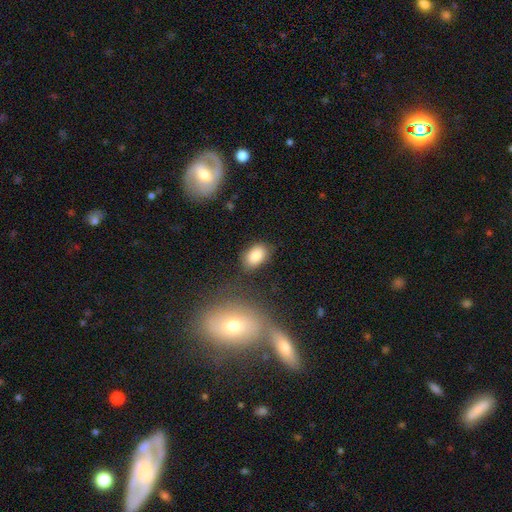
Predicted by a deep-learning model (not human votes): Q: Smooth or featured?
A: smooth (86%); runner-up: star or artifact (8%)
Q: How rounded?
A: in between (86%); runner-up: round (13%)
Q: Merging?
A: none (76%); runner-up: minor disturbance (15%)